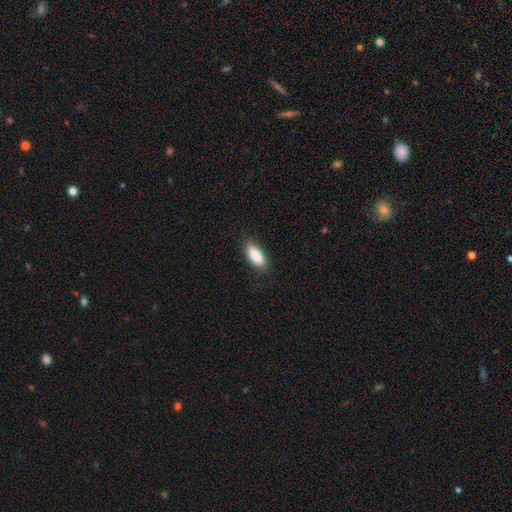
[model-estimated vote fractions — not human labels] Smooth or featured? Predicted: smooth (p=0.89). How rounded? Predicted: in between (p=0.84). Merging? Predicted: none (p=0.84).